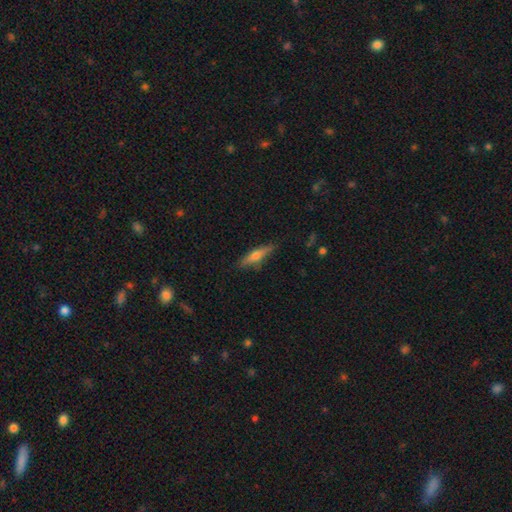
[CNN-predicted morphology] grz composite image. It shows a featured or disk galaxy (49%). Merging: none (84%).